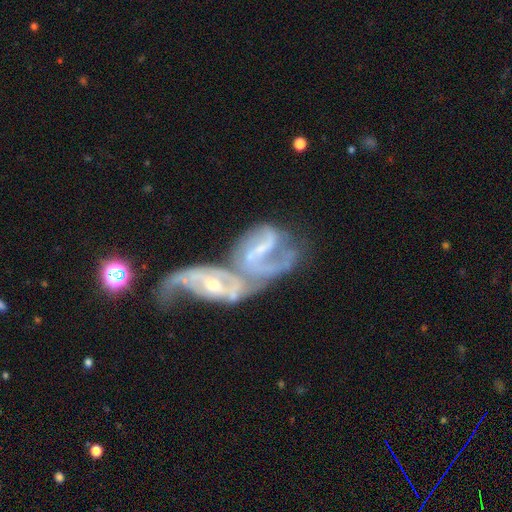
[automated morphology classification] This is clearly a featured or disk galaxy (84%). It is clearly not viewed edge-on (96%). Bar: marginally weak (40%). Spiral arm pattern: clearly yes (91%). Spiral arm count: likely 2 (66%). Spiral winding: marginally medium (43%). Central bulge: possibly small (57%). Merging: likely merger (76%).